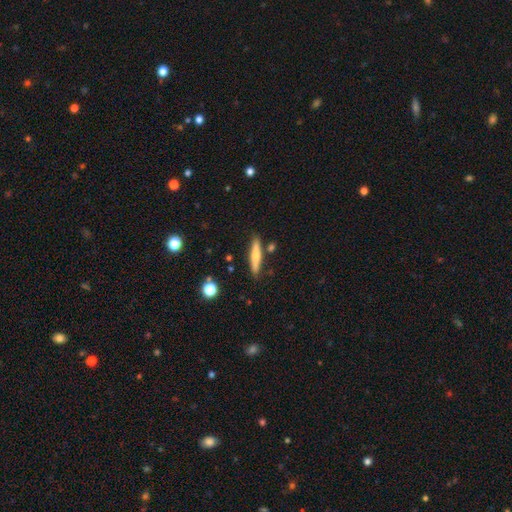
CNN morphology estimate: Q: Smooth or featured?
A: smooth (62%); runner-up: featured or disk (31%)
Q: How rounded?
A: cigar-shaped (87%); runner-up: in between (11%)
Q: Merging?
A: none (84%); runner-up: minor disturbance (10%)